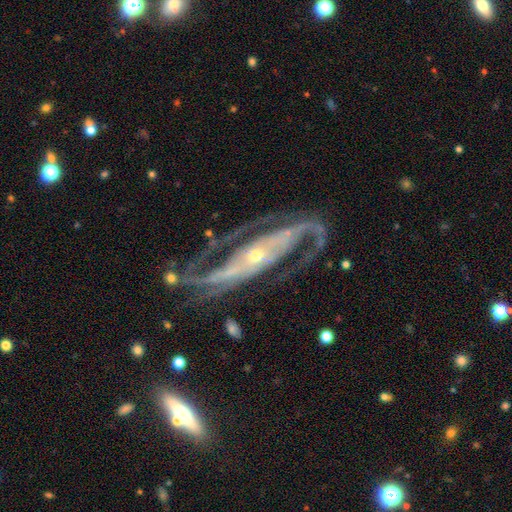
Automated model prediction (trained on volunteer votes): Smooth or featured? Predicted: featured or disk (p=0.91). Edge-on disk? Predicted: no (p=0.91). Bar? Predicted: no (p=0.44). Spiral arms? Predicted: yes (p=0.98). Spiral winding? Predicted: medium (p=0.51). Spiral arm count? Predicted: 2 (p=0.80). Bulge size? Predicted: small (p=0.70). Merging? Predicted: none (p=0.68).